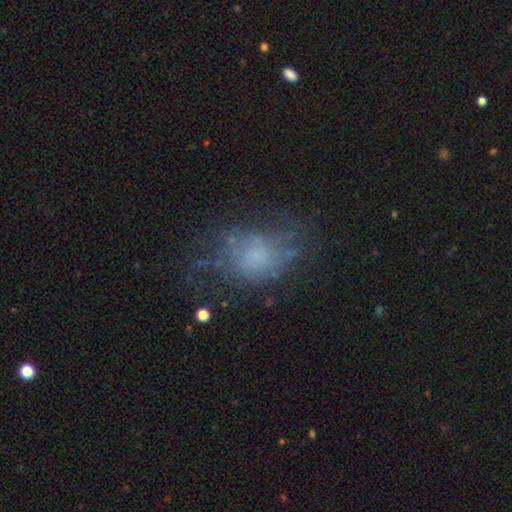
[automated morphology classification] Smooth or featured? Predicted: smooth (p=0.47). Merging? Predicted: none (p=0.48).